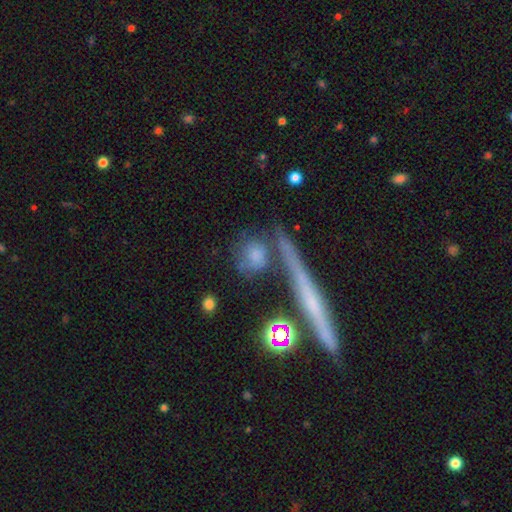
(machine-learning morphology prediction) Smooth or featured?
  - smooth: 64% *
  - featured or disk: 21%
  - star or artifact: 15%
How rounded?
  - round: 71% *
  - in between: 17%
  - cigar-shaped: 12%
Merging?
  - none: 64% *
  - minor disturbance: 15%
  - merger: 12%
  - major disturbance: 8%